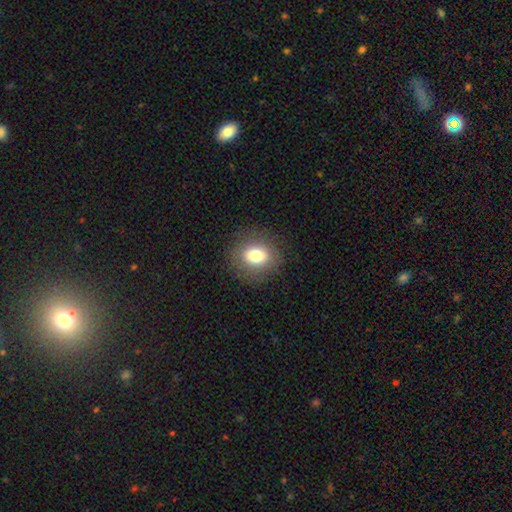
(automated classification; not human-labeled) smooth_or_featured: smooth (p=0.75) [alt: featured or disk p=0.14]
how_rounded: round (p=0.60) [alt: in between p=0.39]
merging: none (p=0.86) [alt: minor disturbance p=0.09]